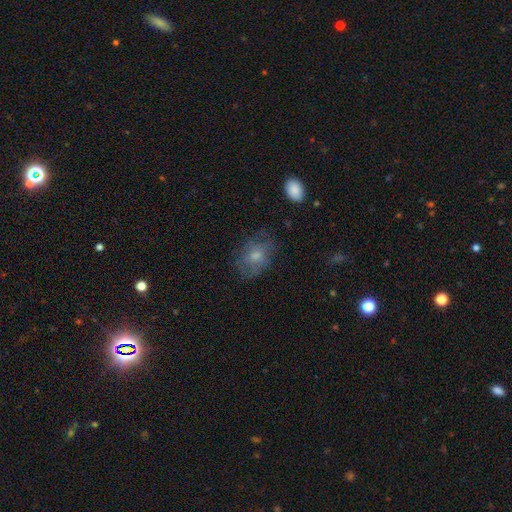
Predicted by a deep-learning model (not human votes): A smooth galaxy with no disk features (51%) that is in between round and cigar-shaped (63%). Merging: none (69%).